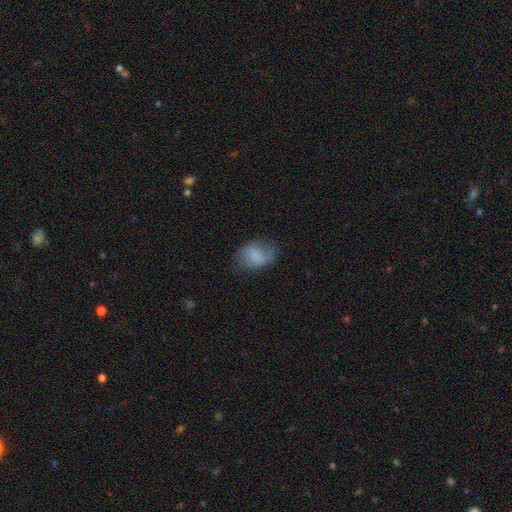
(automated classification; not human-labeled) smooth-or-featured: smooth: 60% | featured or disk: 31% | star or artifact: 9%
  how-rounded: in between: 81% | round: 18% | cigar-shaped: 2%
  merging: none: 59% | minor disturbance: 26% | major disturbance: 13% | merger: 2%